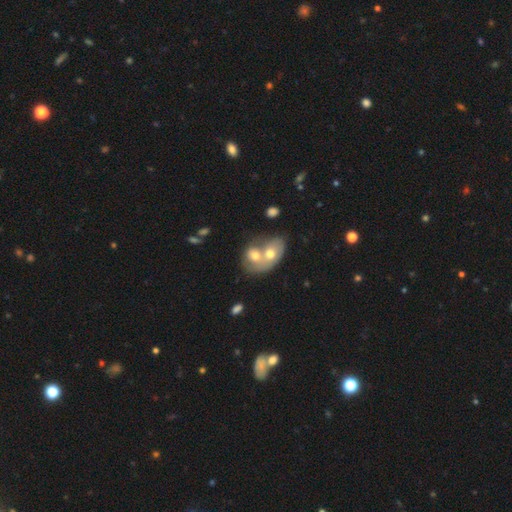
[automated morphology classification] type=smooth (58%); roundness=in between (64%); merging=merger (77%).